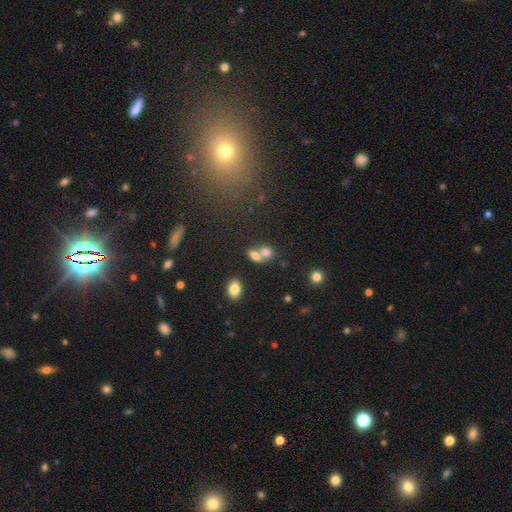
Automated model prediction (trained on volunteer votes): Smooth or featured? smooth (72%)
How rounded? in between (67%)
Merging? merger (60%)